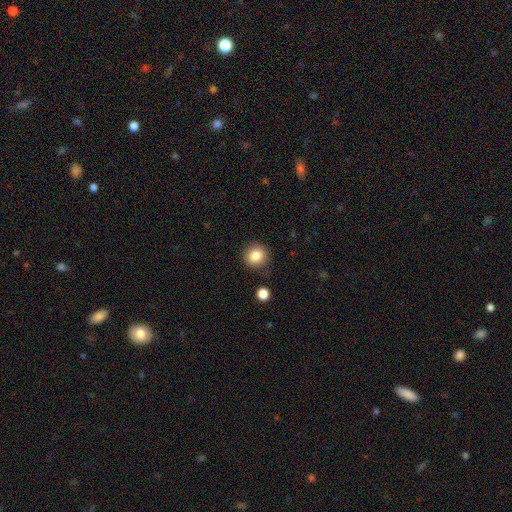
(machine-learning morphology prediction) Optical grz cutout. It shows a smooth galaxy with no disk features (84%) that is round (89%). Merging: none (86%).